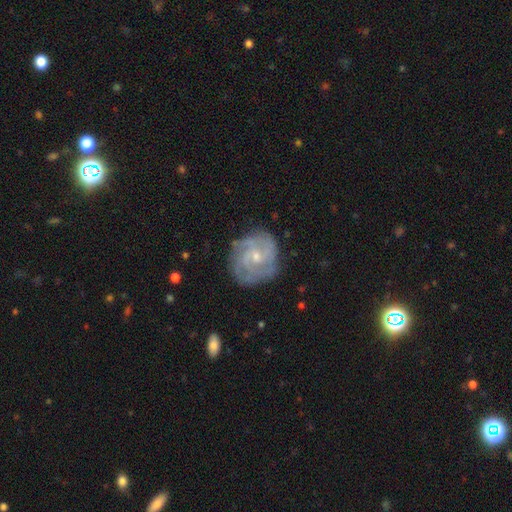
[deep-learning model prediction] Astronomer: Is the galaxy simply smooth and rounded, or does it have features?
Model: featured or disk — 83%.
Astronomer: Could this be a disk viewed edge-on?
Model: no — 98%.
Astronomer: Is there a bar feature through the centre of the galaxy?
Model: no — 59% (runner-up: weak, 36%).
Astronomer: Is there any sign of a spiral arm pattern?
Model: yes — 94%.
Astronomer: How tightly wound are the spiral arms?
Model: tight — 56% (runner-up: medium, 36%).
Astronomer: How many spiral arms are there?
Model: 3 — 29% (runner-up: can't tell, 25%).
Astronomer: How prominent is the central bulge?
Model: small — 61%.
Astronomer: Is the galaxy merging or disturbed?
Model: none — 75%.